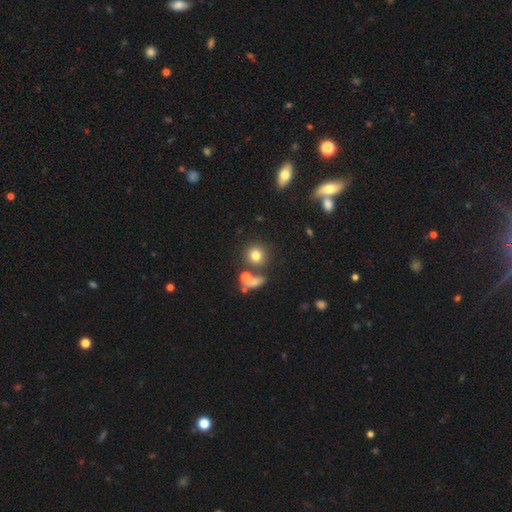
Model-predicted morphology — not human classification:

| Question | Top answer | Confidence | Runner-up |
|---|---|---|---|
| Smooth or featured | smooth | 76% | star or artifact (14%) |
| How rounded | round | 89% | in between (10%) |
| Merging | none | 69% | merger (17%) |